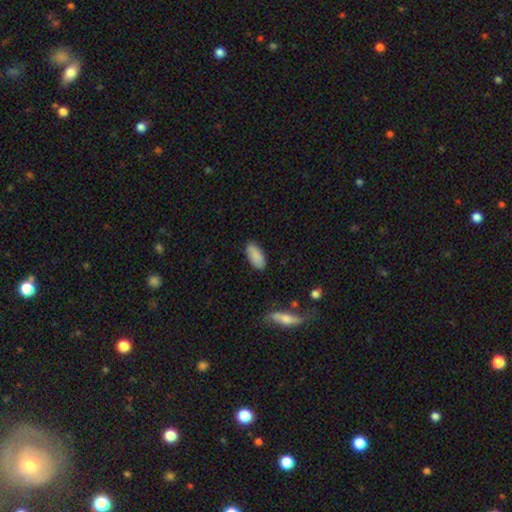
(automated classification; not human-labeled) Smooth or featured? smooth (88%)
How rounded? in between (87%)
Merging? none (85%)